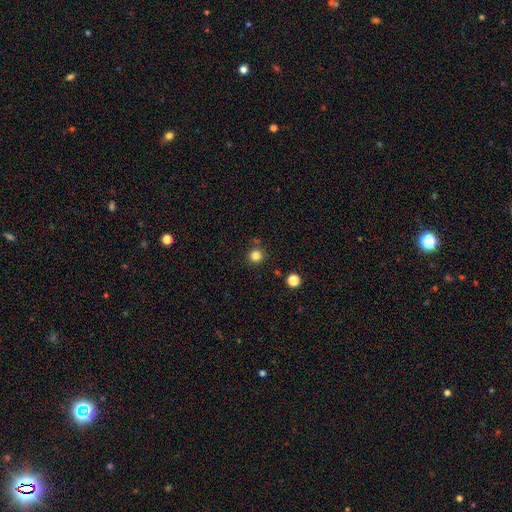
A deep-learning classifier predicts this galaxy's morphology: The model was most divided on "smooth or featured": smooth: 82%, star or artifact: 13%, featured or disk: 5%. More confident: how rounded — round (95%); merging — none (85%).